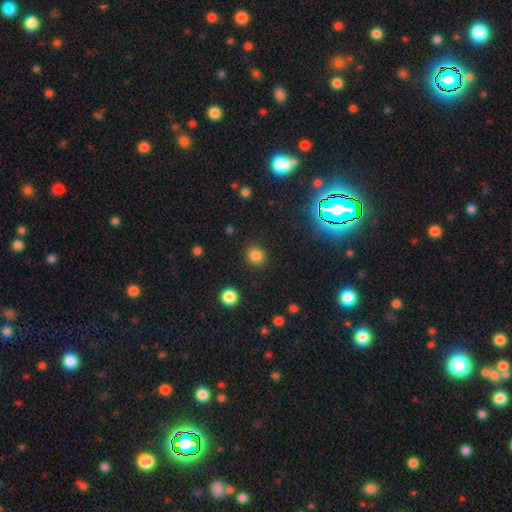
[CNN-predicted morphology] Q: Smooth or featured?
A: smooth (81%); runner-up: star or artifact (15%)
Q: How rounded?
A: round (84%); runner-up: in between (15%)
Q: Merging?
A: none (90%); runner-up: minor disturbance (6%)